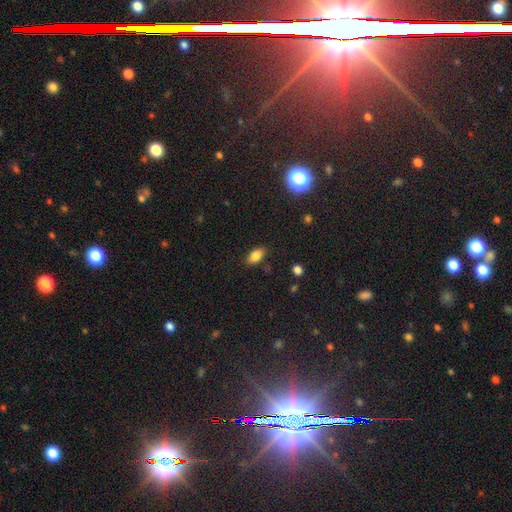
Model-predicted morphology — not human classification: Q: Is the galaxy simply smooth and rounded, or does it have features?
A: smooth — 84%.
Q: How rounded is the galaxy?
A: in between — 90%.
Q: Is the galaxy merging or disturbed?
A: none — 82%.